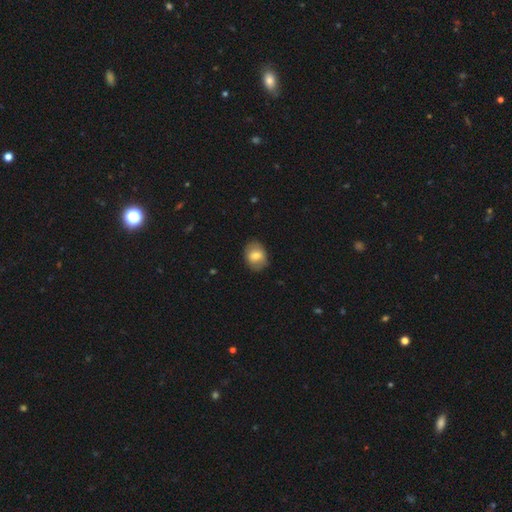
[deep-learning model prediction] Overall: smooth (75%). How rounded: in between (57%; round 42%). Merging: none (81%).